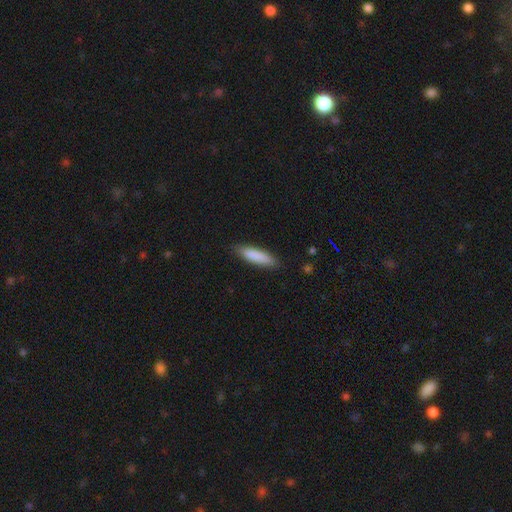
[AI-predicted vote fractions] Q: Smooth or featured?
A: smooth (86%); runner-up: featured or disk (9%)
Q: How rounded?
A: cigar-shaped (74%); runner-up: in between (25%)
Q: Merging?
A: none (86%); runner-up: minor disturbance (11%)